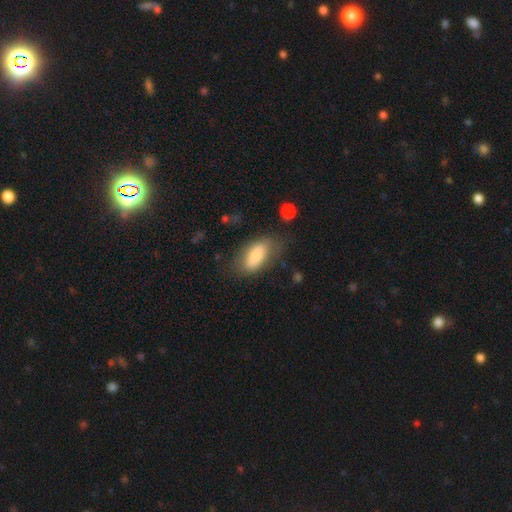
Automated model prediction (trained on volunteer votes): Overall: smooth (75%). How rounded: in between (85%). Merging: none (61%; minor disturbance 24%).